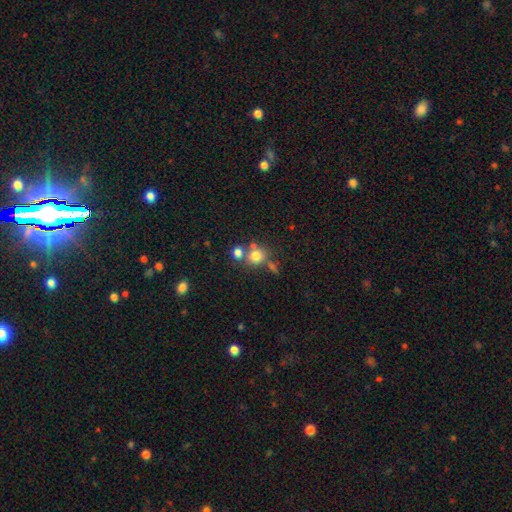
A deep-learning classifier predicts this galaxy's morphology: type=smooth (74%); roundness=round (80%); merging=none (52%).